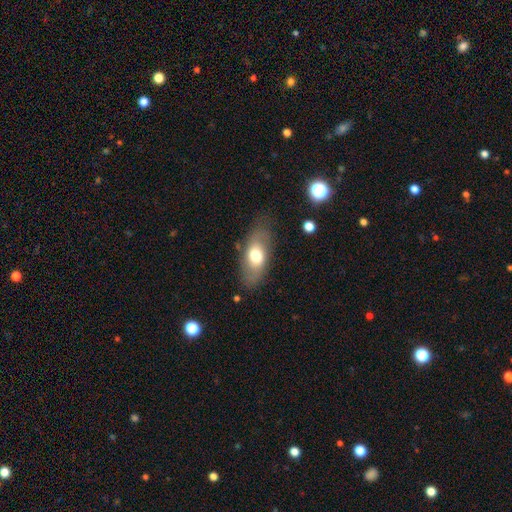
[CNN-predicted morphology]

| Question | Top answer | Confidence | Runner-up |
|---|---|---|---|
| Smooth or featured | smooth | 65% | featured or disk (28%) |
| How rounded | in between | 87% | cigar-shaped (8%) |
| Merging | none | 74% | minor disturbance (17%) |